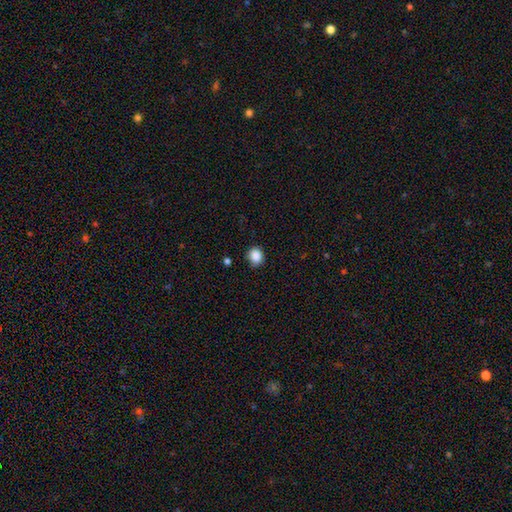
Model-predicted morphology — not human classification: A smooth galaxy with no disk features (88%) that is round (75%).

Vote fractions:
- Smooth or featured? smooth: 88% / star or artifact: 10% / featured or disk: 3%
- How rounded? round: 75% / in between: 24% / cigar-shaped: 1%
- Merging? none: 82% / minor disturbance: 14% / major disturbance: 3% / merger: 2%